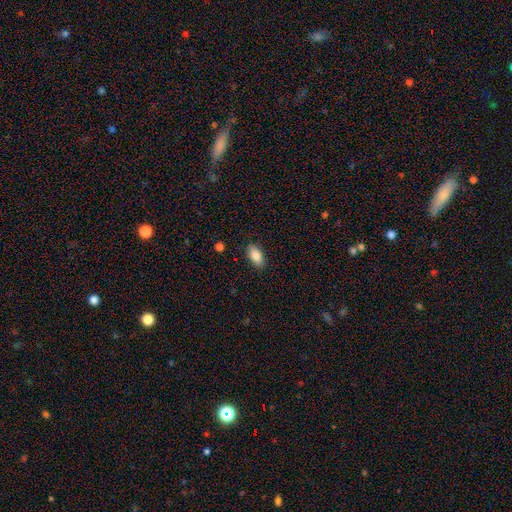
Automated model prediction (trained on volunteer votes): This appears to be a smooth galaxy with no disk features (85%) that is in between round and cigar-shaped (90%). Merging: none (87%).